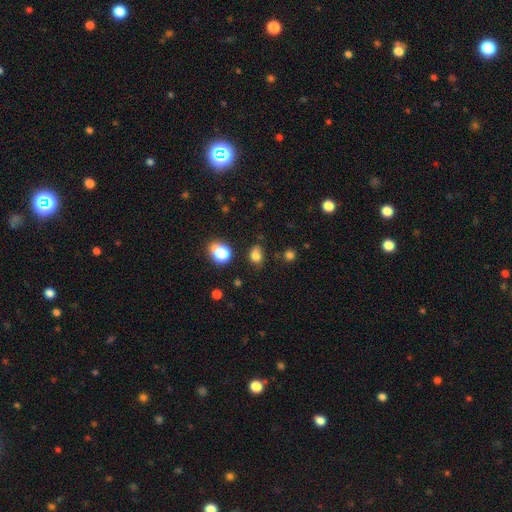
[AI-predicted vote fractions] A smooth galaxy with no disk features (77%) that is in between round and cigar-shaped (56%).

Vote fractions:
- Smooth or featured? smooth: 77% / star or artifact: 16% / featured or disk: 6%
- How rounded? in between: 56% / round: 43% / cigar-shaped: 1%
- Merging? none: 65% / minor disturbance: 23% / major disturbance: 7% / merger: 5%